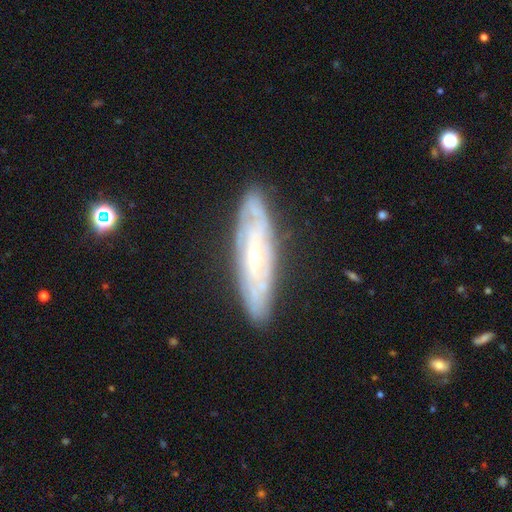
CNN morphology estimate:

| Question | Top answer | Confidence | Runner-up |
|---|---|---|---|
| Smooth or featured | featured or disk | 77% | smooth (17%) |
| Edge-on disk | no | 67% | yes (33%) |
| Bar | no | 55% | weak (34%) |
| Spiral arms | yes | 85% | no (15%) |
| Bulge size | small | 61% | moderate (34%) |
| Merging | none | 81% | minor disturbance (14%) |